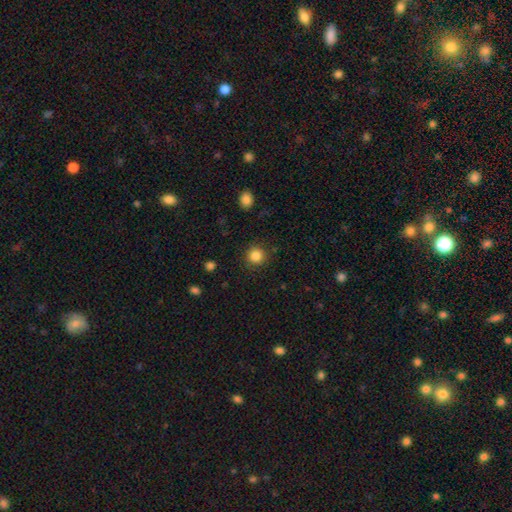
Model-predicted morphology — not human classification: Overall: smooth (85%). How rounded: round (93%). Merging: none (89%).